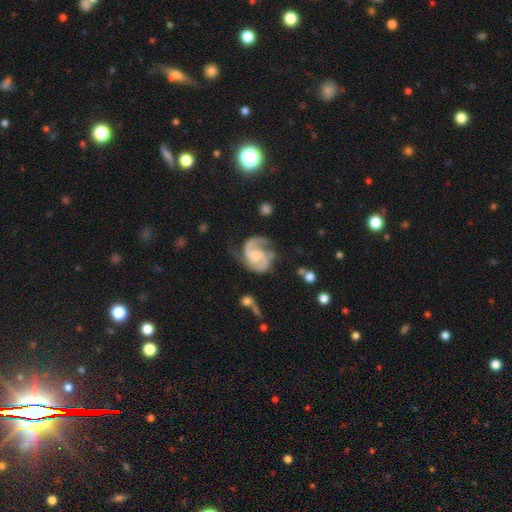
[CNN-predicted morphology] featured or disk 89%, smooth 6%, star or artifact 5%. Down the decision tree: edge-on disk — no (98%); bar — no (56%); spiral arms — yes (98%); spiral arm count — 2 (87%); spiral winding — medium (55%); bulge size — moderate (31%); merging — none (61%).